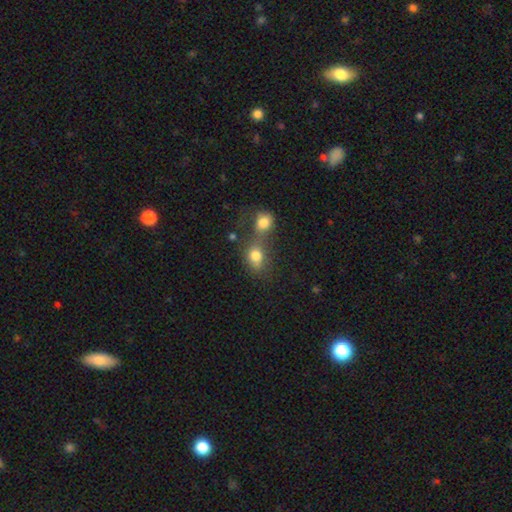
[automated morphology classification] The model was most divided on "how rounded": round: 51%, in between: 47%, cigar-shaped: 2%. More confident: smooth or featured — smooth (77%); merging — merger (61%).